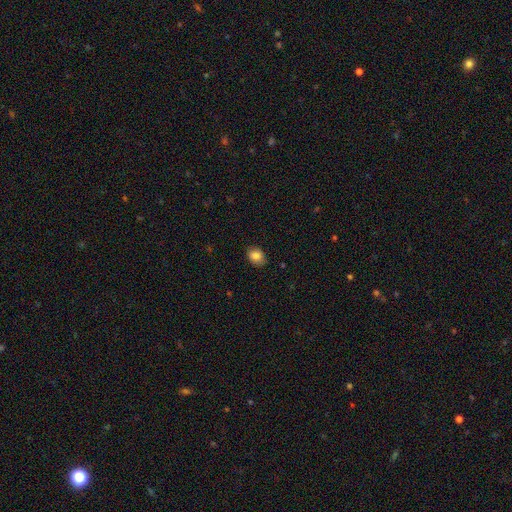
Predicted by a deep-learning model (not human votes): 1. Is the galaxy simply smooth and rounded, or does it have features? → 85% smooth, 9% star or artifact, 6% featured or disk.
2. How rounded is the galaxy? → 56% in between, 43% round, 1% cigar-shaped.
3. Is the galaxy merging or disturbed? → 84% none, 12% minor disturbance, 2% major disturbance, 1% merger.